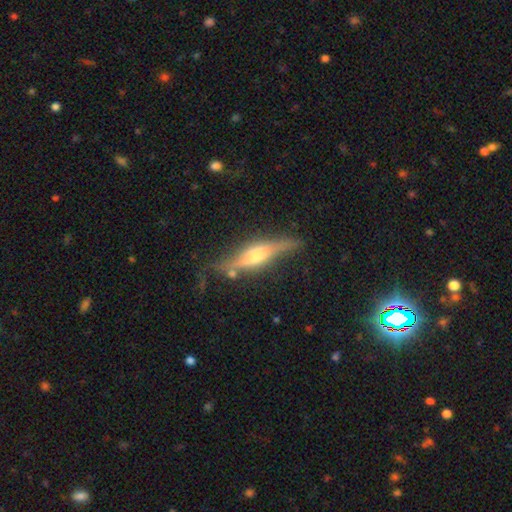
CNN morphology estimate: Smooth or featured?
  - featured or disk: 72% *
  - smooth: 21%
  - star or artifact: 7%
Edge-on disk?
  - yes: 91% *
  - no: 9%
Edge-on bulge?
  - rounded: 84% *
  - boxy: 11%
  - none: 5%
Merging?
  - none: 68% *
  - minor disturbance: 21%
  - major disturbance: 7%
  - merger: 4%